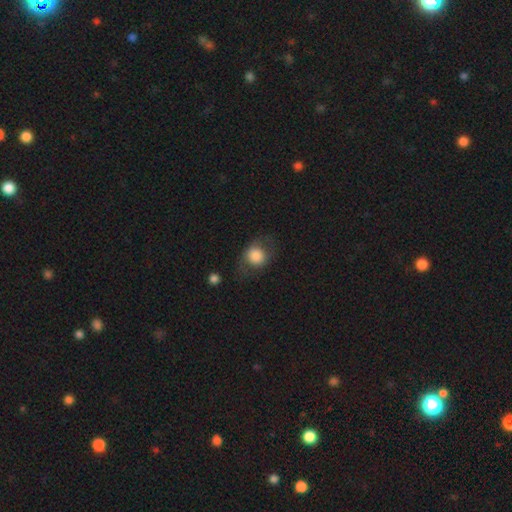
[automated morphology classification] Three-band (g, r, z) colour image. It shows a smooth galaxy with no disk features (77%) that is round (69%). Merging: none (61%).